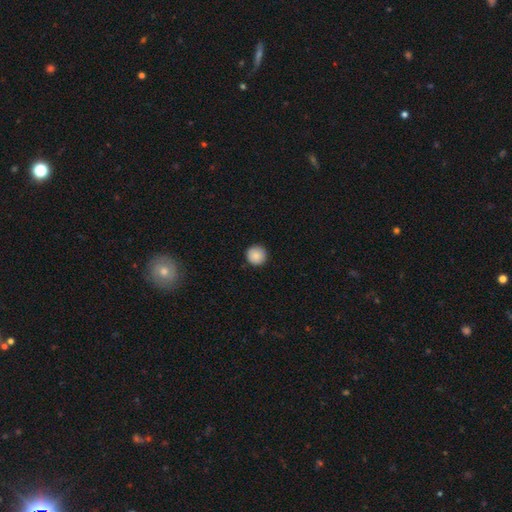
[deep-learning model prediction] Q: Smooth or featured?
A: smooth (87%); runner-up: star or artifact (8%)
Q: How rounded?
A: round (96%); runner-up: in between (3%)
Q: Merging?
A: none (92%); runner-up: minor disturbance (5%)